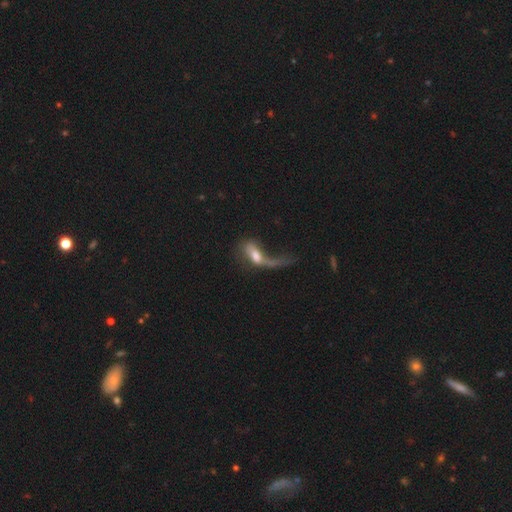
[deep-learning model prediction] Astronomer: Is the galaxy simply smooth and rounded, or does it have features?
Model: smooth — 48% (runner-up: featured or disk, 43%).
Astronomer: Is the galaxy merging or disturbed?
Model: major disturbance — 62%.